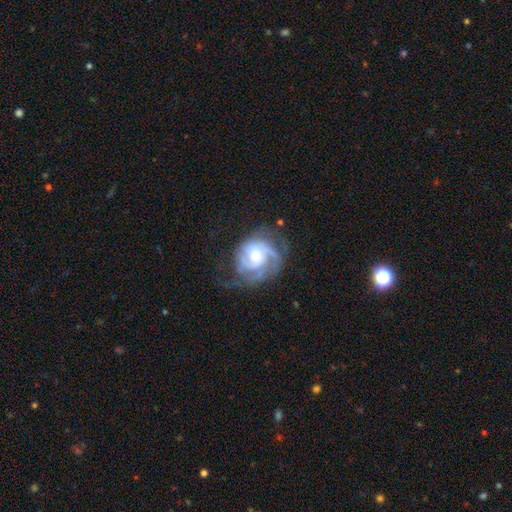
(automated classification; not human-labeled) Morphology: type=featured or disk (85%); edge-on=no (98%); bar=no (54%); spiral arms=yes (96%); winding=tight (47%); arm count=2 (41%); bulge=moderate (54%); merging=none (55%).